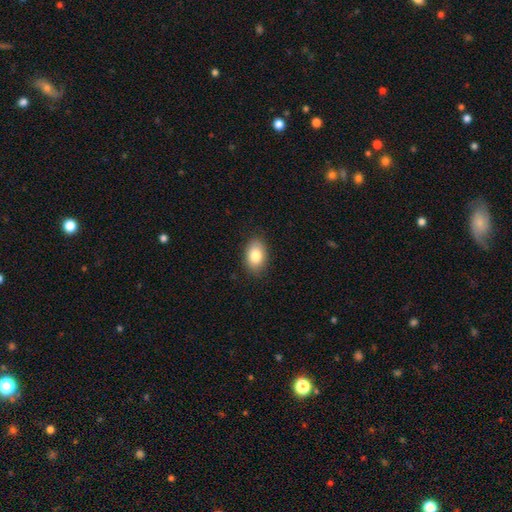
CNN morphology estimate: This appears to be a smooth galaxy with no disk features (82%) that is in between round and cigar-shaped (85%). Merging: none (86%).